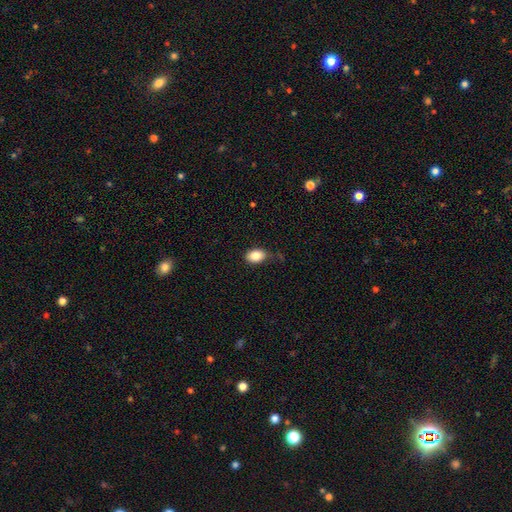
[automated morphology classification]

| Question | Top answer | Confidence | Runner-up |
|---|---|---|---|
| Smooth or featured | smooth | 86% | star or artifact (8%) |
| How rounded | in between | 84% | round (15%) |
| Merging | none | 75% | minor disturbance (19%) |